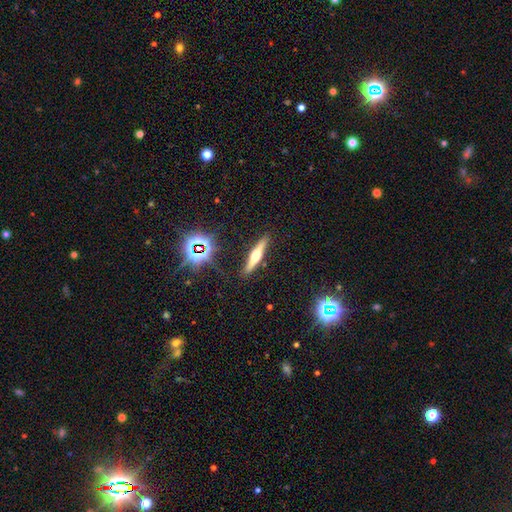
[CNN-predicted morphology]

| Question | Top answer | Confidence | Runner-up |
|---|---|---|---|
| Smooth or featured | featured or disk | 58% | smooth (31%) |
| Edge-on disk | yes | 95% | no (5%) |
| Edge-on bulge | rounded | 93% | boxy (4%) |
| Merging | none | 89% | minor disturbance (8%) |